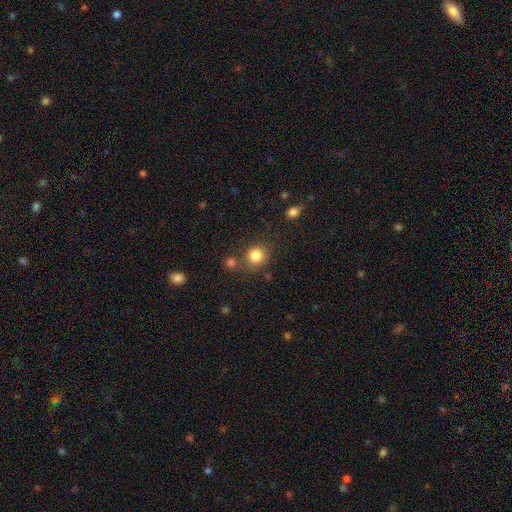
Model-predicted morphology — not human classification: type=smooth (83%); roundness=round (84%); merging=none (74%).